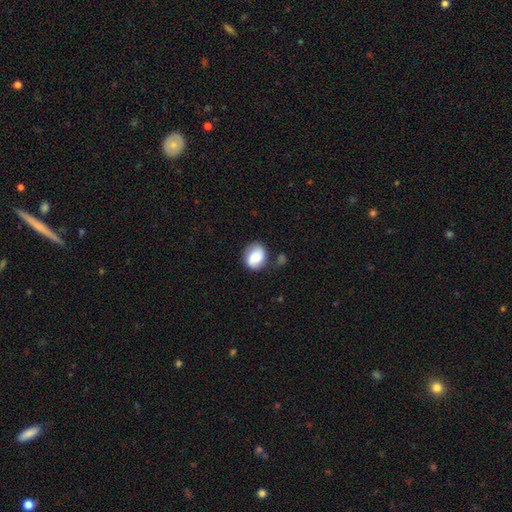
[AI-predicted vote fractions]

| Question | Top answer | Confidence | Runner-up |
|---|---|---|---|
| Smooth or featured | smooth | 65% | featured or disk (27%) |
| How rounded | round | 53% | in between (46%) |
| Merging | none | 67% | minor disturbance (21%) |